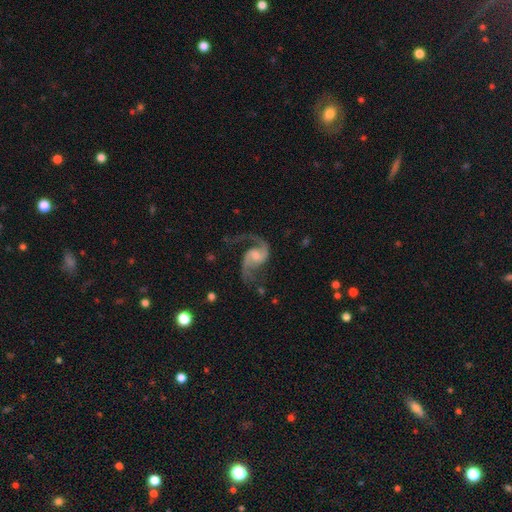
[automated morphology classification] A featured or disk galaxy (92%) with no bar (51%), 2 (93%) loose (54%) spiral arms (98%) and a moderate central bulge (46%). Merging: none (67%).